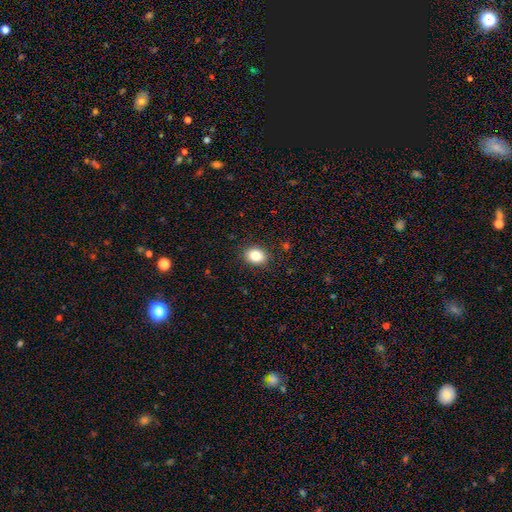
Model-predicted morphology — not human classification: Overall: smooth (84%). How rounded: in between (53%; round 46%). Merging: none (89%).